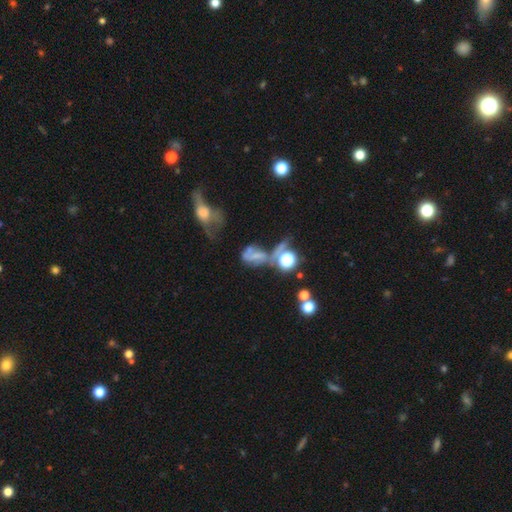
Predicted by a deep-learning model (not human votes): This is marginally a featured or disk galaxy (41%). Merging: marginally merger (35%).